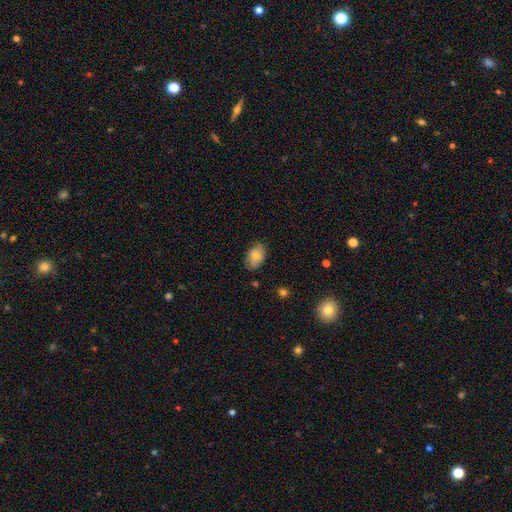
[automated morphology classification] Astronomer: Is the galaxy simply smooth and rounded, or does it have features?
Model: smooth — 74%.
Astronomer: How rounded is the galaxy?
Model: in between — 88%.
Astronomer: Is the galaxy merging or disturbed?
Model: none — 74%.